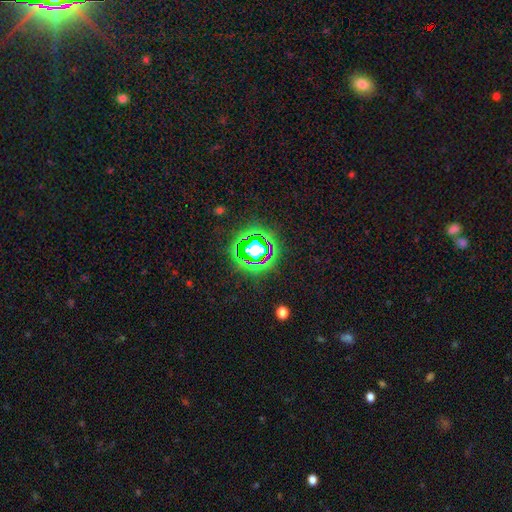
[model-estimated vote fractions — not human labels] The model was most divided on "smooth or featured": star or artifact: 82%, smooth: 10%, featured or disk: 7%.